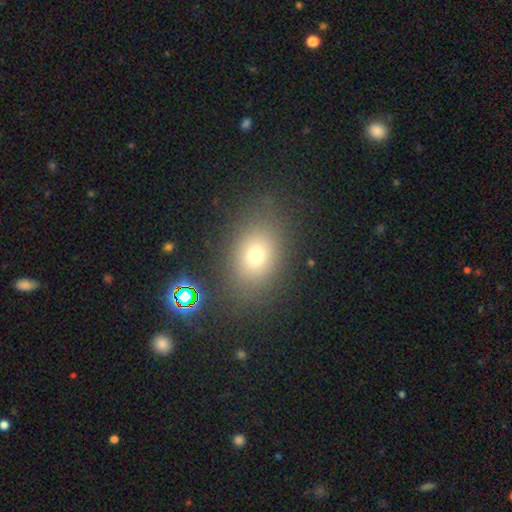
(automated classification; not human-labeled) Smooth or featured: smooth — 70% (star or artifact — 17%)
How rounded: in between — 66% (round — 32%)
Merging: none — 81% (minor disturbance — 11%)